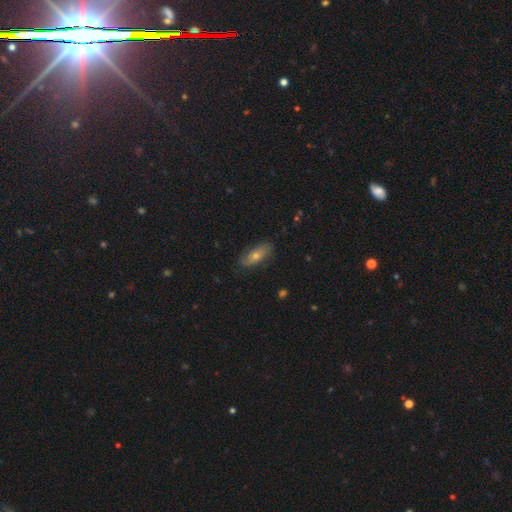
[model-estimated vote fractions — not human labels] Smooth or featured?
  - smooth: 52% *
  - featured or disk: 40%
  - star or artifact: 7%
How rounded?
  - in between: 80% *
  - cigar-shaped: 16%
  - round: 4%
Merging?
  - none: 75% *
  - minor disturbance: 19%
  - major disturbance: 5%
  - merger: 1%